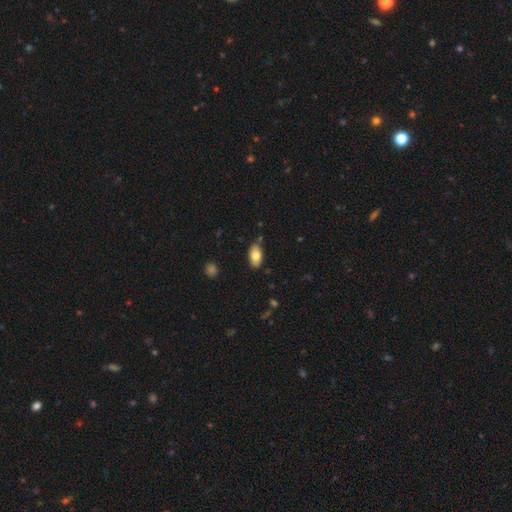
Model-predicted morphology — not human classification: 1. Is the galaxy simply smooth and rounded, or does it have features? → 79% smooth, 15% featured or disk, 7% star or artifact.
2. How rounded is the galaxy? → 93% in between, 4% round, 3% cigar-shaped.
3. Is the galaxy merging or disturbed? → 80% none, 15% minor disturbance, 3% merger, 3% major disturbance.